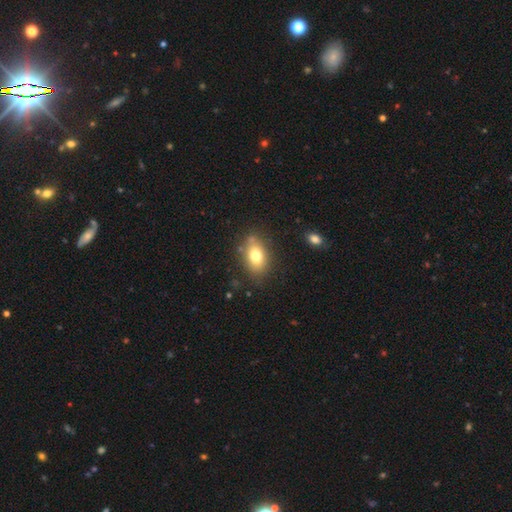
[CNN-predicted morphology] smooth-or-featured: smooth: 77% | featured or disk: 14% | star or artifact: 9%
  how-rounded: in between: 84% | round: 14% | cigar-shaped: 2%
  merging: none: 78% | minor disturbance: 14% | merger: 4% | major disturbance: 4%